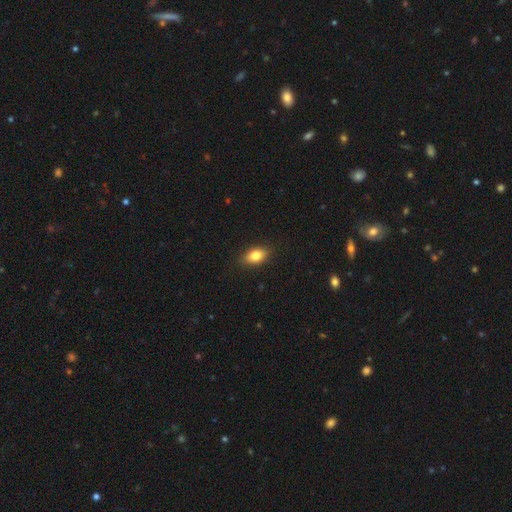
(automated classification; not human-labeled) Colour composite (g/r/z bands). It shows a smooth galaxy with no disk features (81%) that is in between round and cigar-shaped (84%). Merging: none (87%).